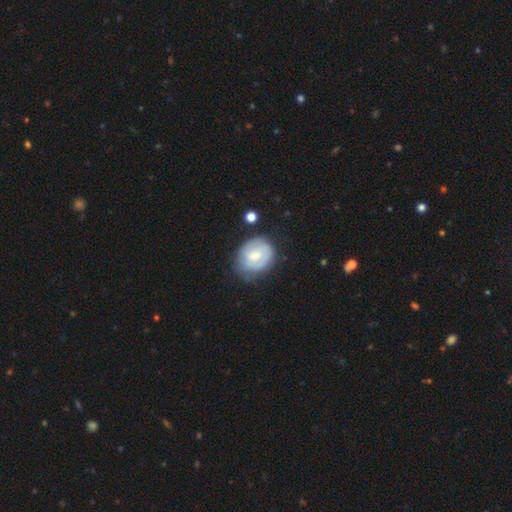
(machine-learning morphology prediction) Q: Smooth or featured?
A: smooth (49%); runner-up: featured or disk (45%)
Q: Merging?
A: none (60%); runner-up: minor disturbance (27%)